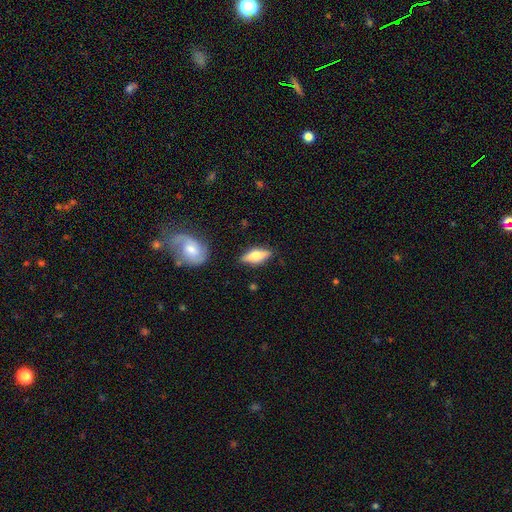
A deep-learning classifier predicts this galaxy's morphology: type=smooth (48%); merging=none (83%).